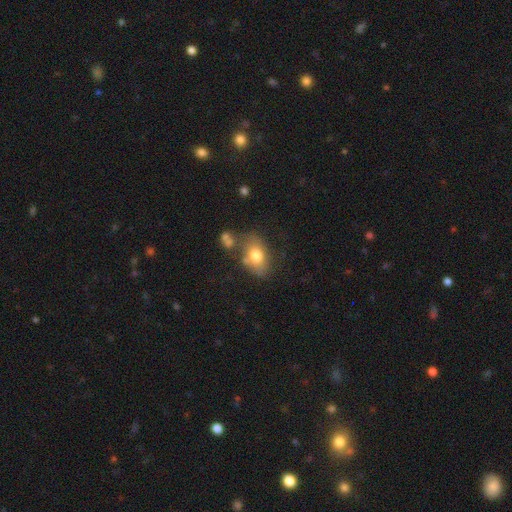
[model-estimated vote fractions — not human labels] smooth_or_featured: smooth (p=0.73) [alt: featured or disk p=0.18]
how_rounded: in between (p=0.83) [alt: round p=0.15]
merging: none (p=0.57) [alt: minor disturbance p=0.20]